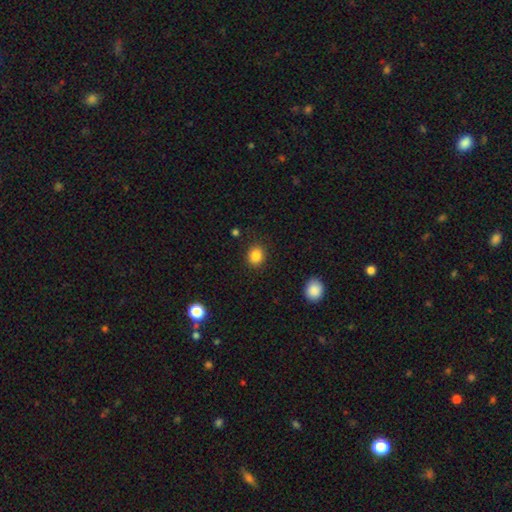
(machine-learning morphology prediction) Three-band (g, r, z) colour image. It shows a smooth galaxy with no disk features (86%) that is round (72%). Merging: none (89%).